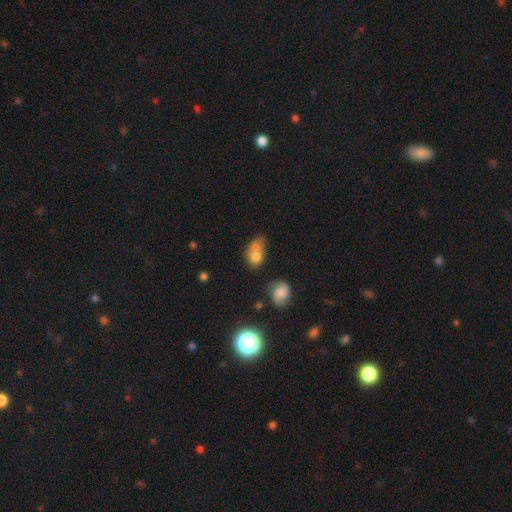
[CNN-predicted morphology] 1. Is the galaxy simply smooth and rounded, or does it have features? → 72% smooth, 18% featured or disk, 11% star or artifact.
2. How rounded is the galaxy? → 56% round, 42% in between, 2% cigar-shaped.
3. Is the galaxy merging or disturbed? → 55% merger, 28% none, 11% minor disturbance, 6% major disturbance.